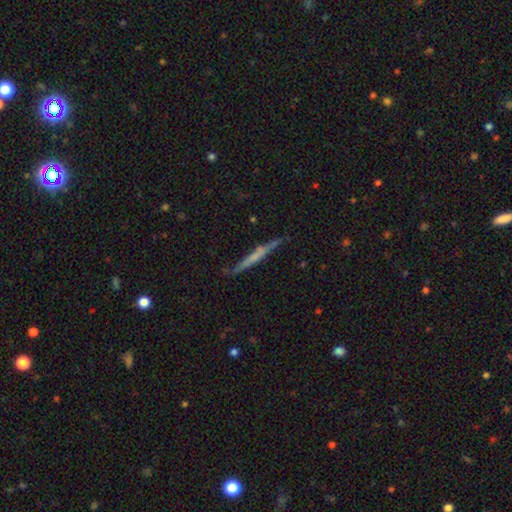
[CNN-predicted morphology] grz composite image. It shows a featured or disk galaxy (55%) viewed edge-on (94%) with no central bulge (67%). Merging: none (77%).